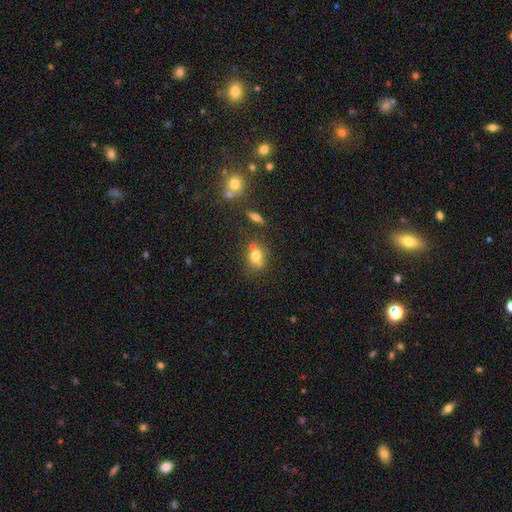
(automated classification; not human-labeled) smooth 70%, featured or disk 17%, star or artifact 13%. Down the decision tree: how rounded — in between (49%); merging — none (57%).